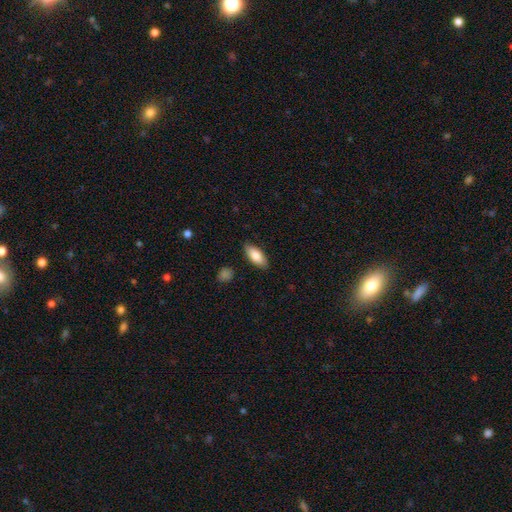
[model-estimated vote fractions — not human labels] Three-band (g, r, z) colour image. It shows a smooth galaxy with no disk features (83%) that is in between round and cigar-shaped (87%). Merging: none (86%).